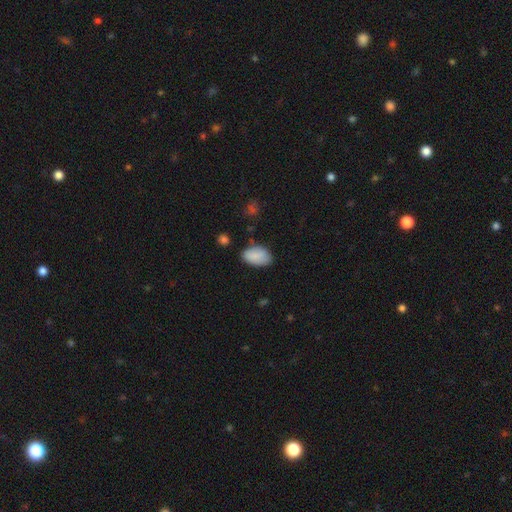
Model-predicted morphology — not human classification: Smooth or featured? Predicted: smooth (p=0.86). How rounded? Predicted: in between (p=0.93). Merging? Predicted: none (p=0.68).